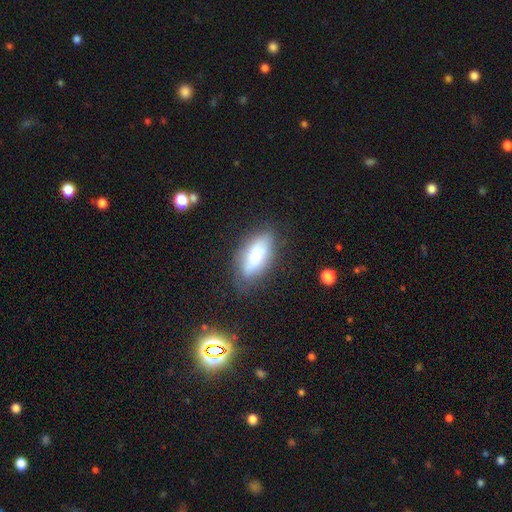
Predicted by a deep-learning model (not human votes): Smooth or featured? smooth (72%)
How rounded? in between (77%)
Merging? none (70%)